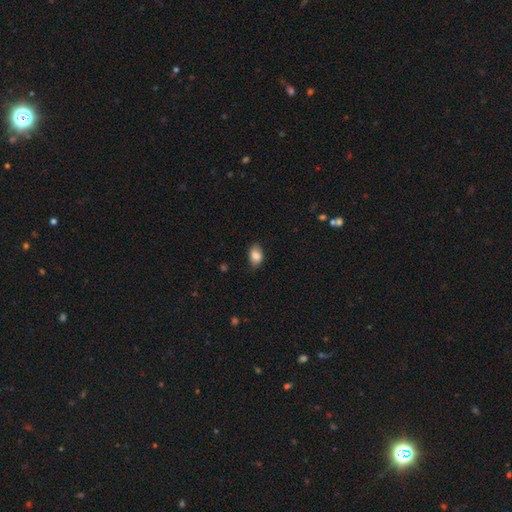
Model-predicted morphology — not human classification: This appears to be a smooth galaxy with no disk features (82%) that is in between round and cigar-shaped (87%). Merging: none (75%).